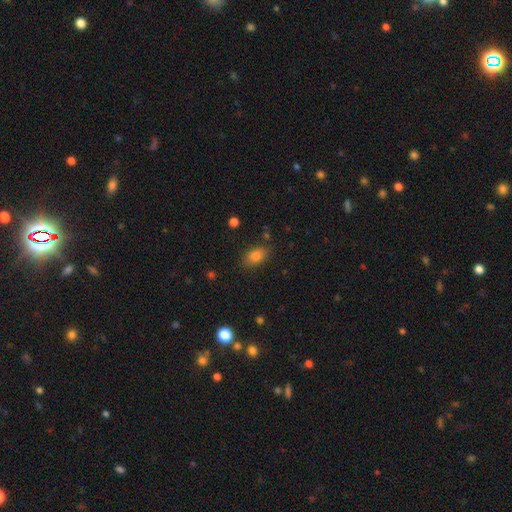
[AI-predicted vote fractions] smooth-or-featured: smooth: 83% | star or artifact: 11% | featured or disk: 6%
  how-rounded: in between: 84% | round: 13% | cigar-shaped: 2%
  merging: none: 82% | minor disturbance: 13% | major disturbance: 4% | merger: 2%